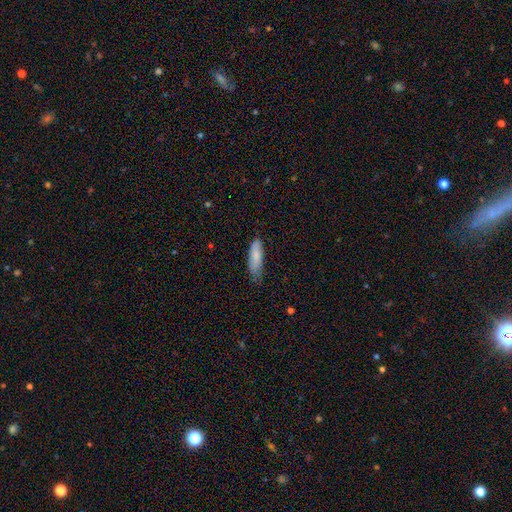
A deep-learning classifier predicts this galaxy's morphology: smooth_or_featured: smooth (p=0.83) [alt: featured or disk p=0.12]
how_rounded: in between (p=0.50) [alt: cigar-shaped p=0.49]
merging: none (p=0.60) [alt: minor disturbance p=0.32]